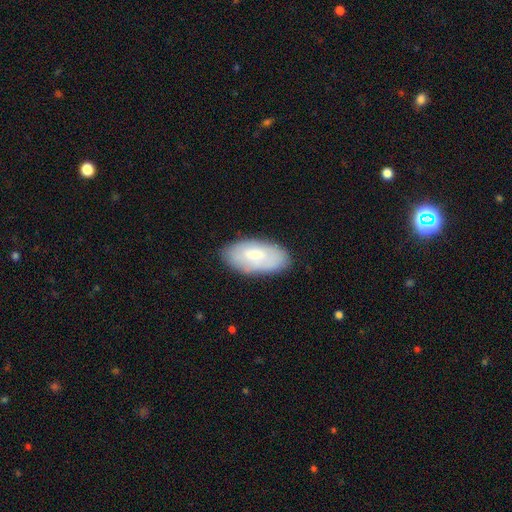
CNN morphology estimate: The model was most divided on "smooth or featured": smooth: 63%, featured or disk: 30%, star or artifact: 6%. More confident: how rounded — in between (94%); merging — none (79%).